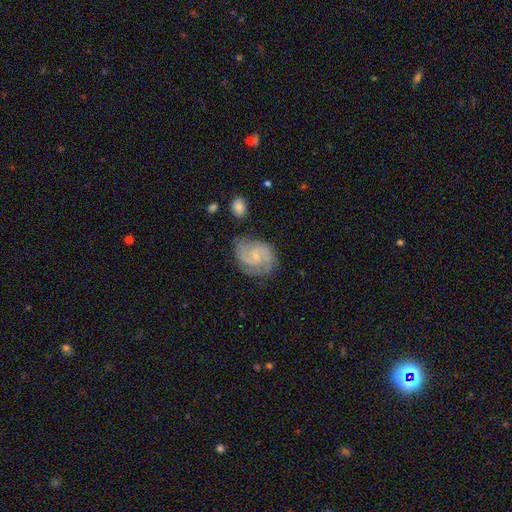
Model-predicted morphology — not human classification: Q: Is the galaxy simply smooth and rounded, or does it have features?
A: featured or disk — 83%.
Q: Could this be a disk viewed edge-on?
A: no — 98%.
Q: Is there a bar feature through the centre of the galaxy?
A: weak — 48%.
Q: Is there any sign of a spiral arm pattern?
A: yes — 96%.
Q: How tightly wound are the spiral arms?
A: medium — 52%.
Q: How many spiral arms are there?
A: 2 — 78%.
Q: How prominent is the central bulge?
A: small — 71%.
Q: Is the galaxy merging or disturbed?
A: none — 70%.